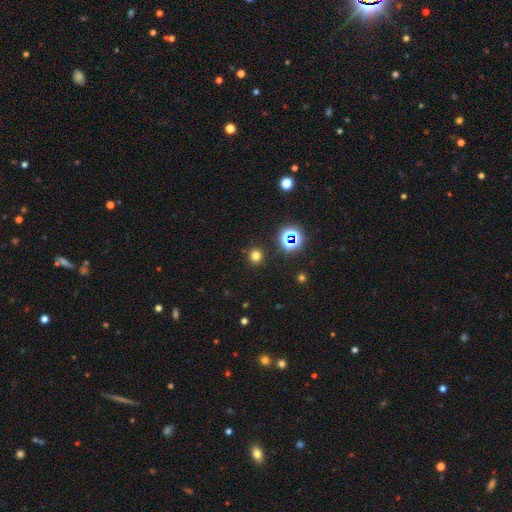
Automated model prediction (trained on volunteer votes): This is likely a smooth galaxy (72%). How rounded: clearly round (92%). Merging: clearly none (91%).